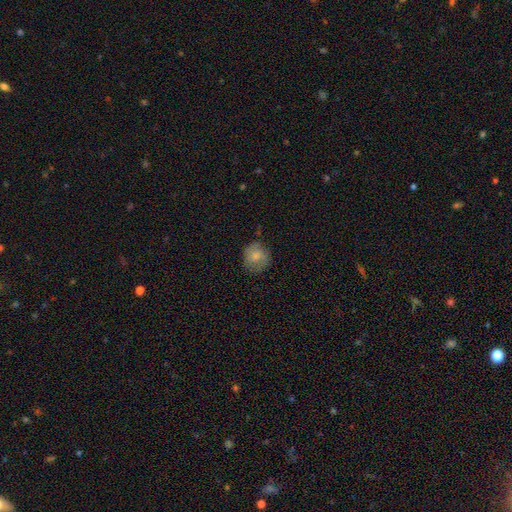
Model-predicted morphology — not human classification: Q: Smooth or featured?
A: smooth (75%); runner-up: featured or disk (17%)
Q: How rounded?
A: round (79%); runner-up: in between (20%)
Q: Merging?
A: none (69%); runner-up: minor disturbance (22%)